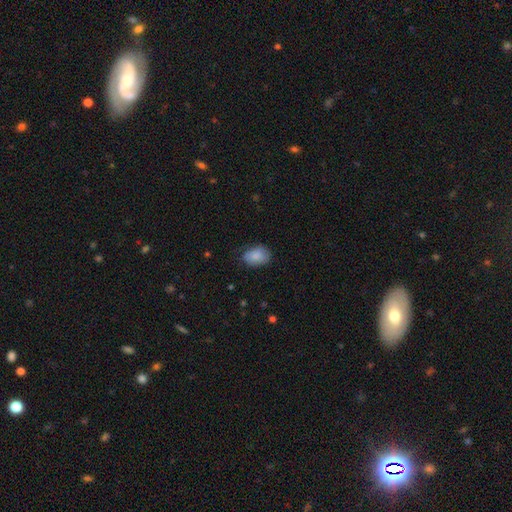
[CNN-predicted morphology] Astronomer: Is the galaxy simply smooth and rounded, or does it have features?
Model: smooth — 85%.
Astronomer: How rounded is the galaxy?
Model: in between — 83%.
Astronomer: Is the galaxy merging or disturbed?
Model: none — 69%.